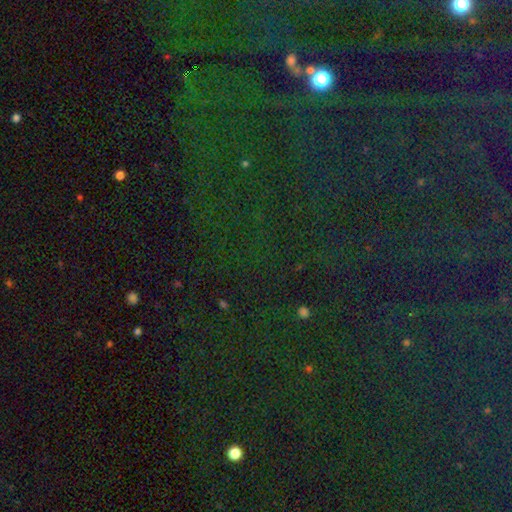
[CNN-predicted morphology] smooth-or-featured: star or artifact: 83% | smooth: 10% | featured or disk: 8%